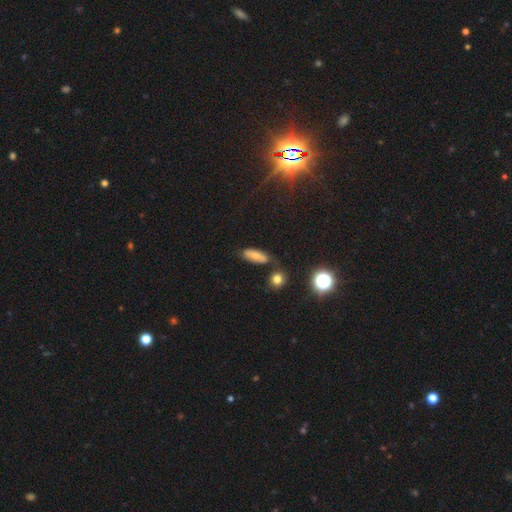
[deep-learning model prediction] Smooth or featured?
  - smooth: 66% *
  - featured or disk: 20%
  - star or artifact: 14%
How rounded?
  - in between: 66% *
  - cigar-shaped: 27%
  - round: 7%
Merging?
  - none: 62% *
  - minor disturbance: 21%
  - merger: 10%
  - major disturbance: 7%